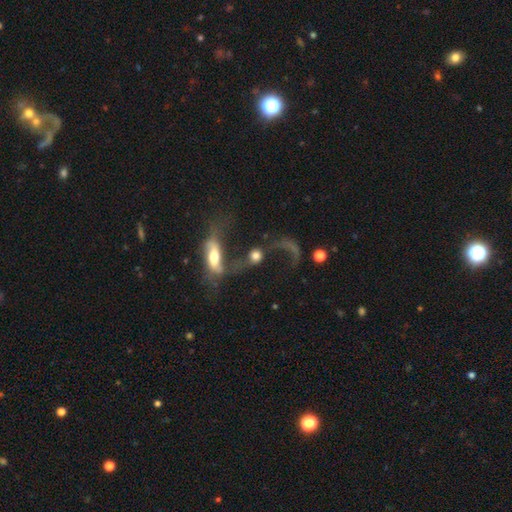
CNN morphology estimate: The model was most divided on "smooth or featured": featured or disk: 48%, smooth: 41%, star or artifact: 11%. More confident: merging — merger (53%).